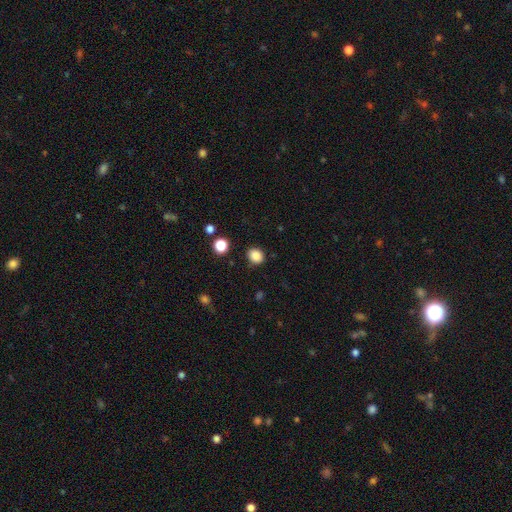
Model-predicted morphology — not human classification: This is clearly a smooth galaxy (86%). How rounded: likely round (67%). Merging: clearly none (87%).